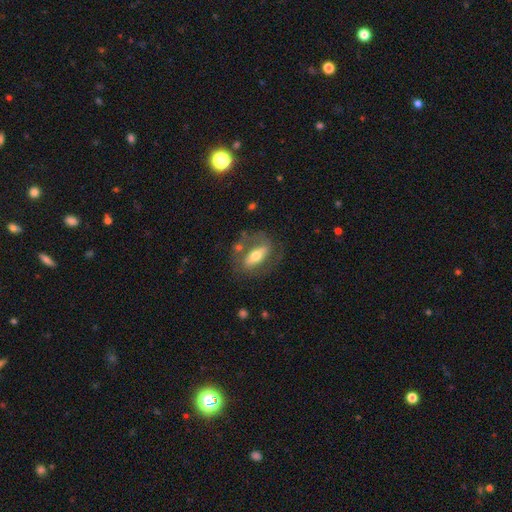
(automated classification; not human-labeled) smooth_or_featured: featured or disk (p=0.57) [alt: smooth p=0.37]
disk_edge_on: no (p=0.76) [alt: yes p=0.24]
merging: none (p=0.63) [alt: minor disturbance p=0.17]